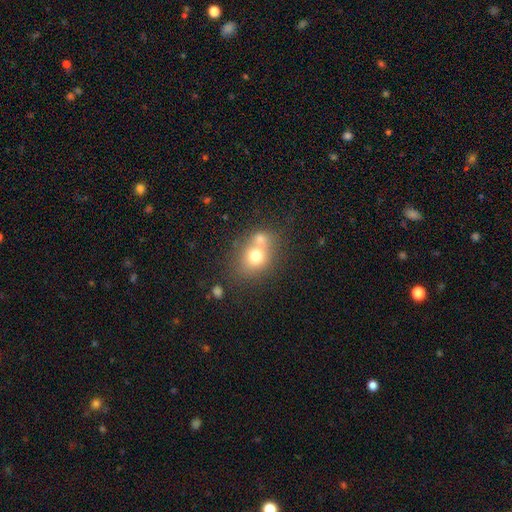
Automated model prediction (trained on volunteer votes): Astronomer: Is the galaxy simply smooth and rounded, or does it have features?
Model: smooth — 70%.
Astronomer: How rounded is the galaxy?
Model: round — 59% (runner-up: in between, 40%).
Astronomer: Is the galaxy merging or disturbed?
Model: merger — 50% (runner-up: none, 36%).